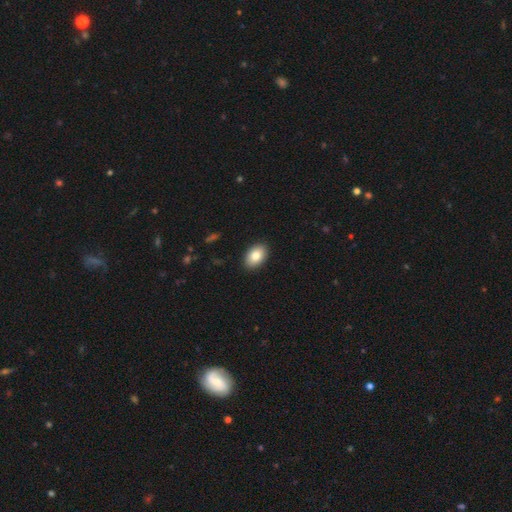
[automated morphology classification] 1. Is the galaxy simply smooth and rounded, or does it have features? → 82% smooth, 11% featured or disk, 7% star or artifact.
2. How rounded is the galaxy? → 90% in between, 9% round, 1% cigar-shaped.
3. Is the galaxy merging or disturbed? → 90% none, 8% minor disturbance, 2% major disturbance, 1% merger.